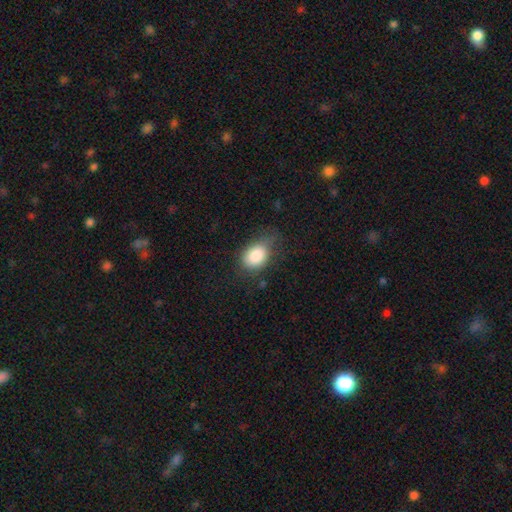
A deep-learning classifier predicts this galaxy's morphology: Q: Smooth or featured?
A: smooth (84%); runner-up: featured or disk (8%)
Q: How rounded?
A: in between (79%); runner-up: round (20%)
Q: Merging?
A: none (55%); runner-up: minor disturbance (31%)